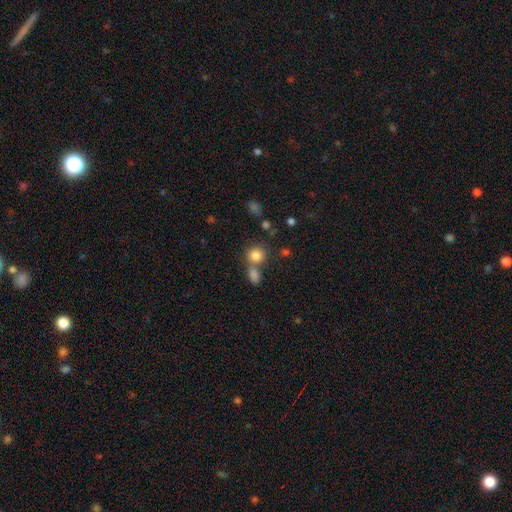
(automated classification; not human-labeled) The model was most divided on "merging": none: 53%, merger: 34%, minor disturbance: 9%, major disturbance: 4%. More confident: smooth or featured — smooth (82%); how rounded — round (80%).